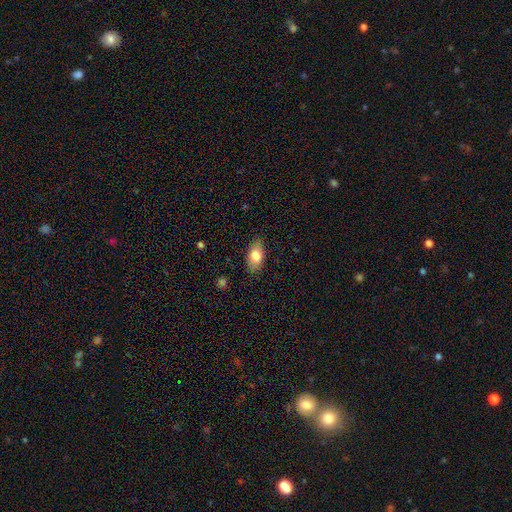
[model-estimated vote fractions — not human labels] Smooth or featured: smooth — 78% (featured or disk — 15%)
How rounded: in between — 91% (round — 5%)
Merging: none — 86% (minor disturbance — 11%)